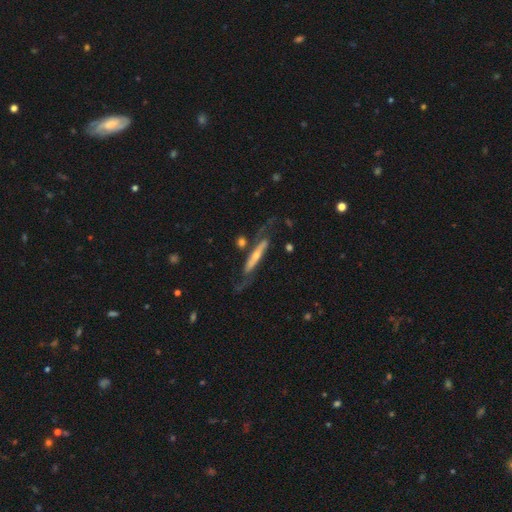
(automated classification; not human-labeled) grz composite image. It shows a featured or disk galaxy (72%) viewed edge-on (59%). Merging: none (54%).